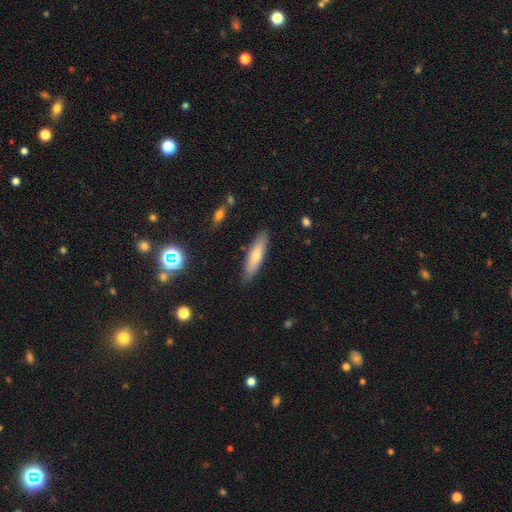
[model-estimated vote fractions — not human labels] A smooth galaxy with no disk features (68%) that is cigar-shaped (70%).

Vote fractions:
- Smooth or featured? smooth: 68% / featured or disk: 26% / star or artifact: 6%
- How rounded? cigar-shaped: 70% / in between: 28% / round: 2%
- Merging? none: 86% / minor disturbance: 10% / major disturbance: 2% / merger: 2%